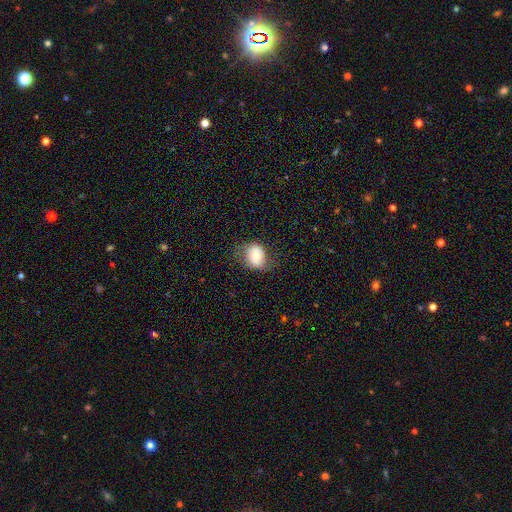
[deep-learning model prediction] Smooth or featured? smooth (66%)
How rounded? round (51%)
Merging? none (71%)